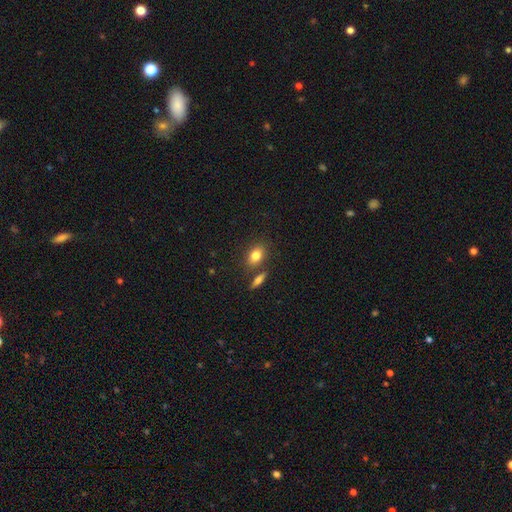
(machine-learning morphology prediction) Smooth or featured?
  - smooth: 82% *
  - featured or disk: 10%
  - star or artifact: 9%
How rounded?
  - in between: 75% *
  - round: 21%
  - cigar-shaped: 4%
Merging?
  - none: 69% *
  - merger: 16%
  - minor disturbance: 12%
  - major disturbance: 3%